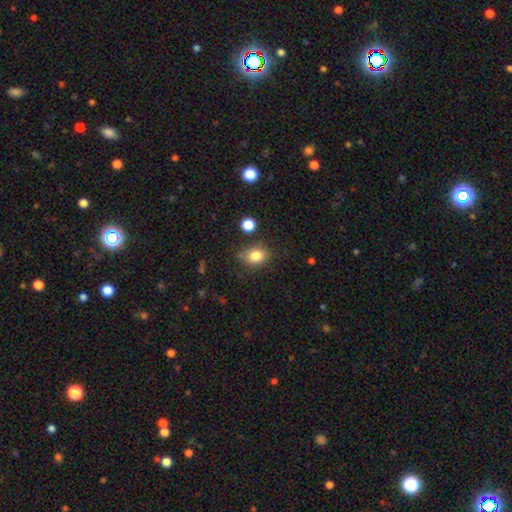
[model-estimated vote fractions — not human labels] smooth-or-featured: smooth: 82% | star or artifact: 11% | featured or disk: 7%
  how-rounded: in between: 52% | round: 47% | cigar-shaped: 1%
  merging: none: 75% | minor disturbance: 15% | merger: 6% | major disturbance: 4%